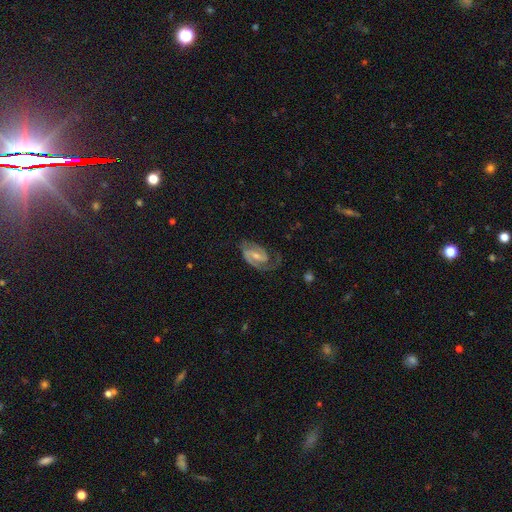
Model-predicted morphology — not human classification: smooth_or_featured: featured or disk (p=0.86) [alt: smooth p=0.09]
disk_edge_on: no (p=0.97) [alt: yes p=0.03]
bar: weak (p=0.50) [alt: strong p=0.30]
has_spiral_arms: yes (p=0.96) [alt: no p=0.04]
spiral_winding: medium (p=0.49) [alt: tight p=0.36]
spiral_arm_count: 2 (p=0.82) [alt: 1 p=0.10]
bulge_size: moderate (p=0.46) [alt: small p=0.44]
merging: none (p=0.64) [alt: minor disturbance p=0.21]